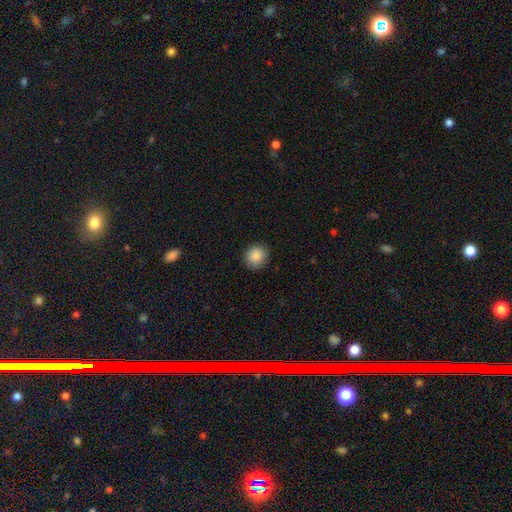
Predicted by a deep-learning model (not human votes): The model was most divided on "how rounded": round: 87%, in between: 12%, cigar-shaped: 1%. More confident: merging — none (89%); smooth or featured — smooth (87%).